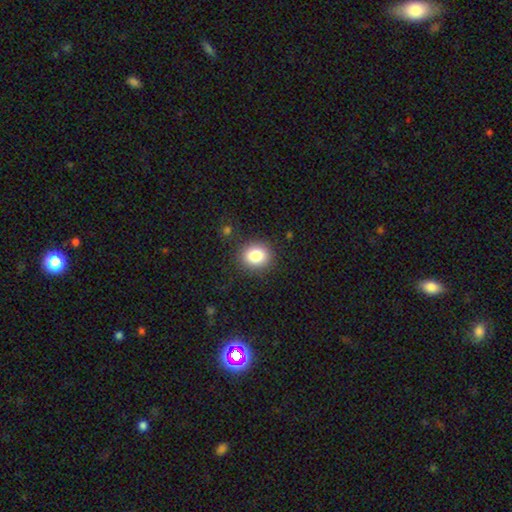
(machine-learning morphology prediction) Smooth or featured?
  - smooth: 83% *
  - star or artifact: 10%
  - featured or disk: 6%
How rounded?
  - round: 72% *
  - in between: 27%
  - cigar-shaped: 1%
Merging?
  - none: 88% *
  - minor disturbance: 8%
  - major disturbance: 3%
  - merger: 1%